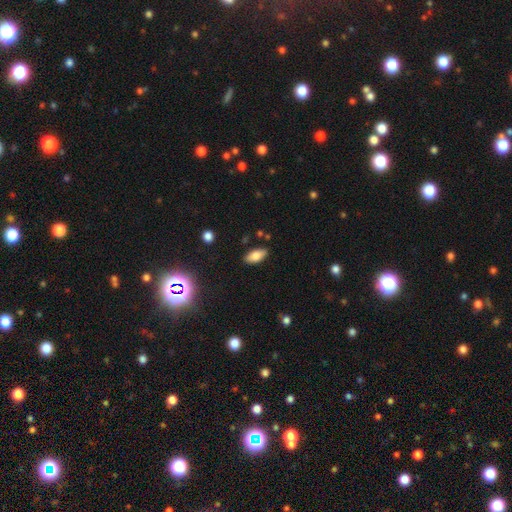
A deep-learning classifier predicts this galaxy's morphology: Smooth or featured? Predicted: smooth (p=0.77). How rounded? Predicted: in between (p=0.87). Merging? Predicted: none (p=0.86).